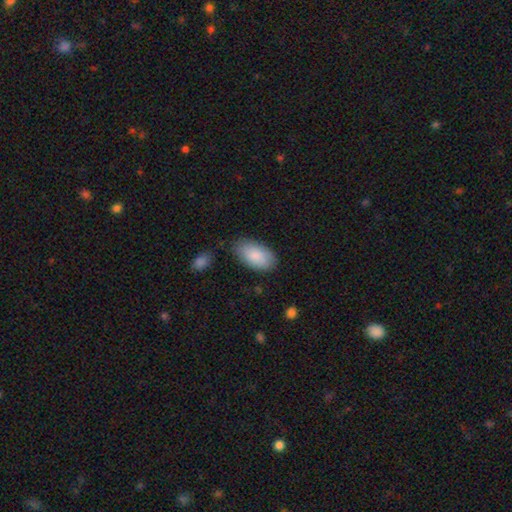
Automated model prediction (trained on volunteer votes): Morphology: type=smooth (87%); roundness=in between (95%); merging=none (78%).